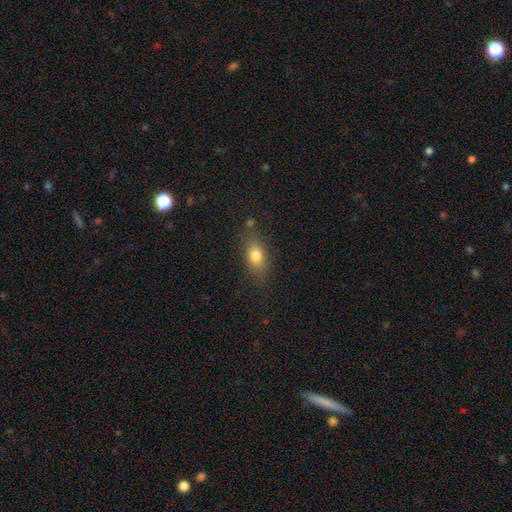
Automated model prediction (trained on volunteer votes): A smooth galaxy with no disk features (77%) that is in between round and cigar-shaped (78%). Merging: none (77%).